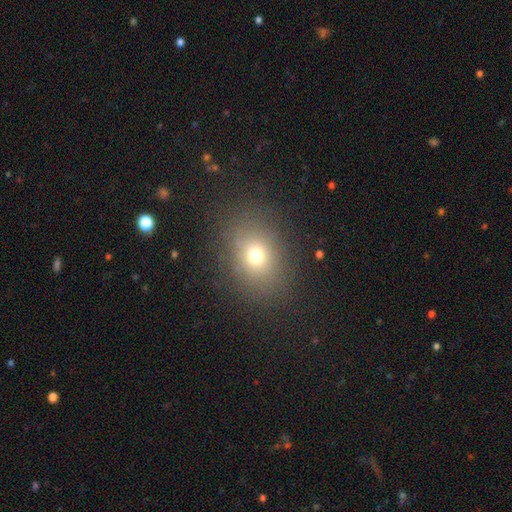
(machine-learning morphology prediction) A smooth galaxy with no disk features (70%) that is in between round and cigar-shaped (52%).

Vote fractions:
- Smooth or featured? smooth: 70% / star or artifact: 18% / featured or disk: 13%
- How rounded? in between: 52% / round: 47% / cigar-shaped: 1%
- Merging? none: 82% / minor disturbance: 11% / major disturbance: 6% / merger: 1%